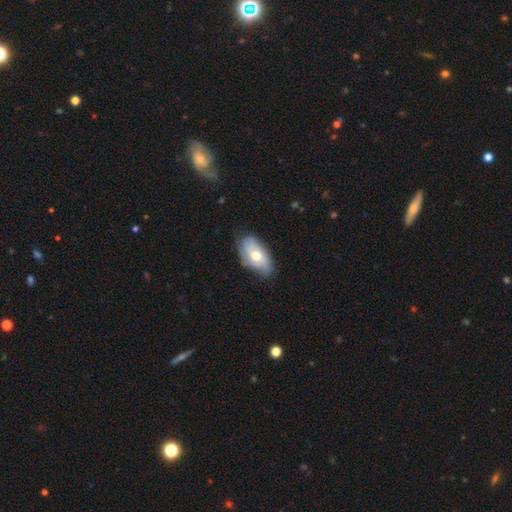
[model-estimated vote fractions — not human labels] The model was most divided on "smooth or featured": smooth: 53%, featured or disk: 40%, star or artifact: 7%. More confident: how rounded — in between (90%); merging — none (66%).